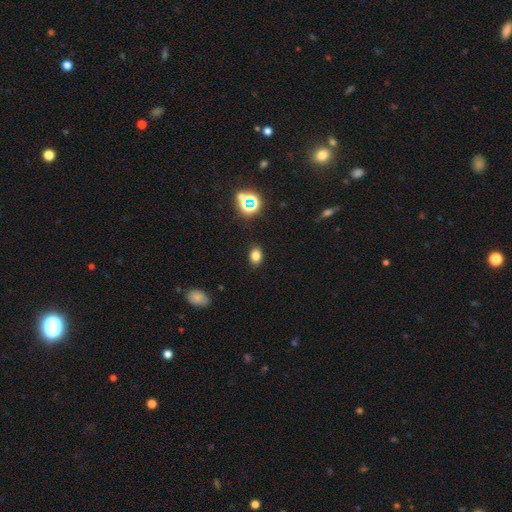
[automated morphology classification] This appears to be a smooth galaxy with no disk features (78%) that is in between round and cigar-shaped (70%). Merging: none (87%).